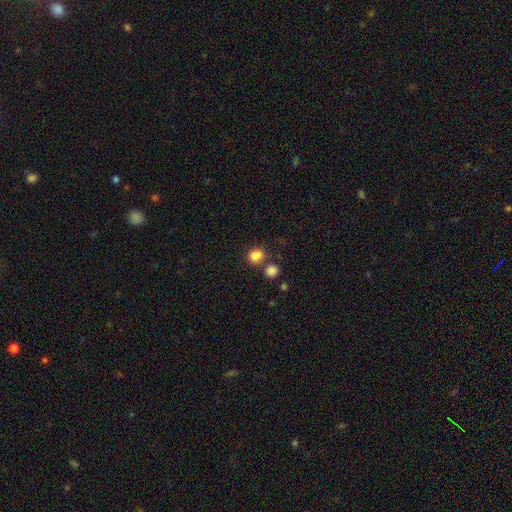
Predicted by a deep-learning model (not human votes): This is clearly a smooth galaxy (84%). How rounded: possibly round (57%). Merging: likely none (62%).